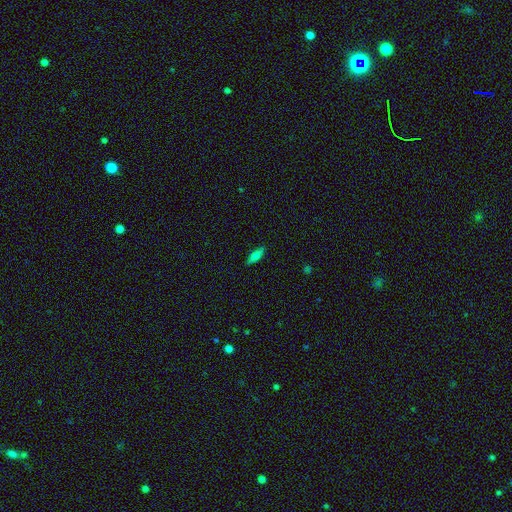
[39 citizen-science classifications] Smooth or featured?
  - smooth: 69% *
  - featured or disk: 21%
  - star or artifact: 10%
How rounded?
  - in between: 85% *
  - cigar-shaped: 15%
  - round: 0%
Merging?
  - none: 83% *
  - minor disturbance: 14%
  - merger: 3%
  - major disturbance: 0%